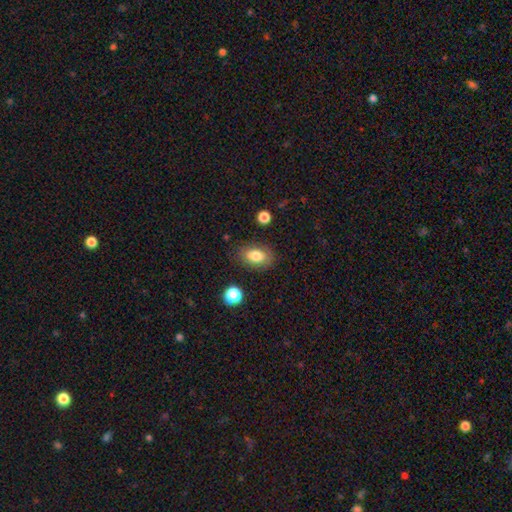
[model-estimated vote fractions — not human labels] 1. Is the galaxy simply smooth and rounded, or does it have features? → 79% smooth, 12% featured or disk, 9% star or artifact.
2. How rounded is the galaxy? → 85% in between, 13% round, 2% cigar-shaped.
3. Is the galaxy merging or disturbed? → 81% none, 13% minor disturbance, 4% major disturbance, 2% merger.